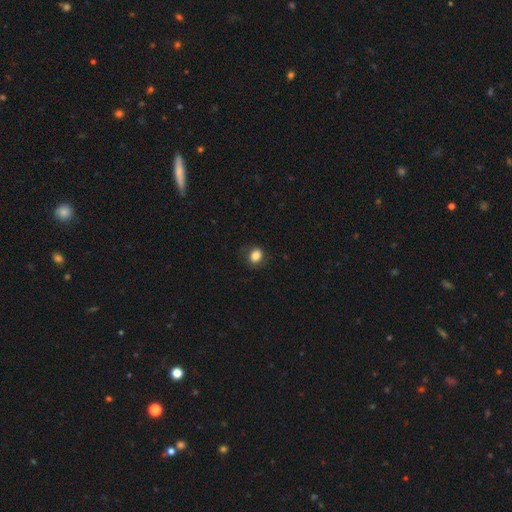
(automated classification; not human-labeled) Smooth or featured?
  - smooth: 83% *
  - star or artifact: 10%
  - featured or disk: 7%
How rounded?
  - round: 59% *
  - in between: 40%
  - cigar-shaped: 1%
Merging?
  - none: 82% *
  - minor disturbance: 13%
  - major disturbance: 4%
  - merger: 1%